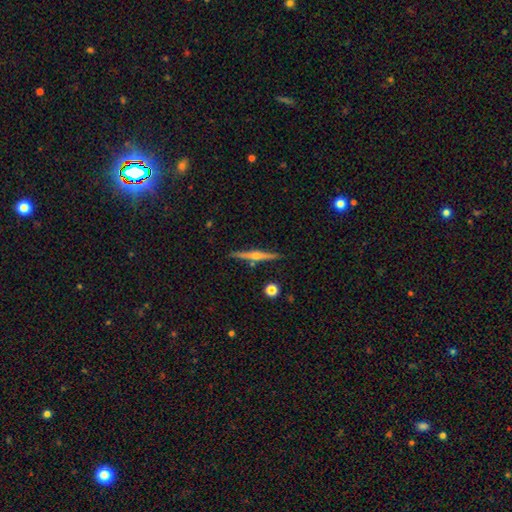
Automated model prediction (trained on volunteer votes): smooth-or-featured: featured or disk: 71% | smooth: 23% | star or artifact: 7%
  disk-edge-on: yes: 98% | no: 2%
    edge-on-bulge: rounded: 86% | none: 9% | boxy: 5%
  merging: none: 87% | minor disturbance: 8% | merger: 3% | major disturbance: 2%